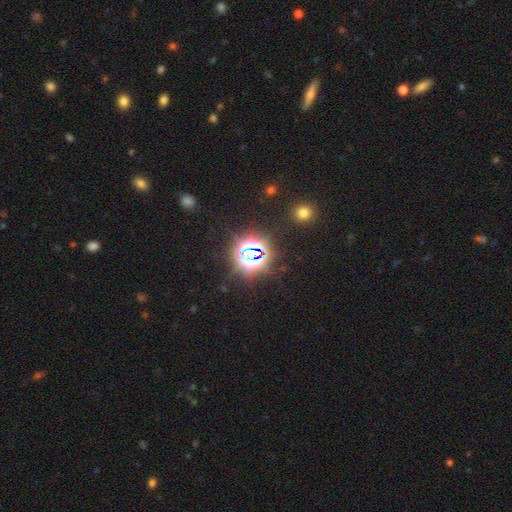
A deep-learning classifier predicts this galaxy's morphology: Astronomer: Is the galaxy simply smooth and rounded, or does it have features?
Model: star or artifact — 78%.